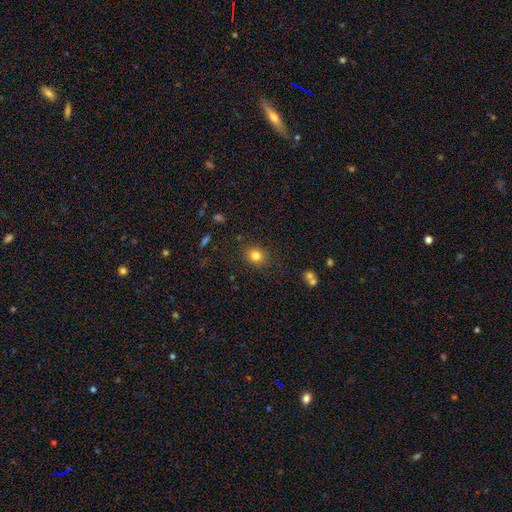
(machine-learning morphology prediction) A smooth galaxy with no disk features (81%) that is round (72%).

Vote fractions:
- Smooth or featured? smooth: 81% / star or artifact: 12% / featured or disk: 7%
- How rounded? round: 72% / in between: 27% / cigar-shaped: 1%
- Merging? none: 86% / minor disturbance: 10% / major disturbance: 3% / merger: 2%